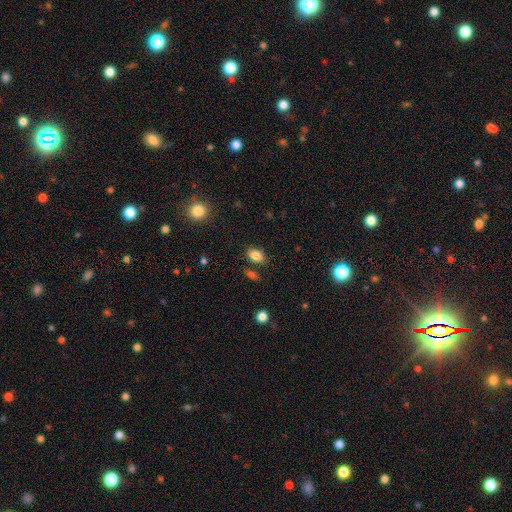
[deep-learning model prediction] smooth-or-featured: smooth: 84% | star or artifact: 9% | featured or disk: 7%
  how-rounded: in between: 86% | round: 12% | cigar-shaped: 2%
  merging: none: 80% | minor disturbance: 12% | merger: 6% | major disturbance: 3%